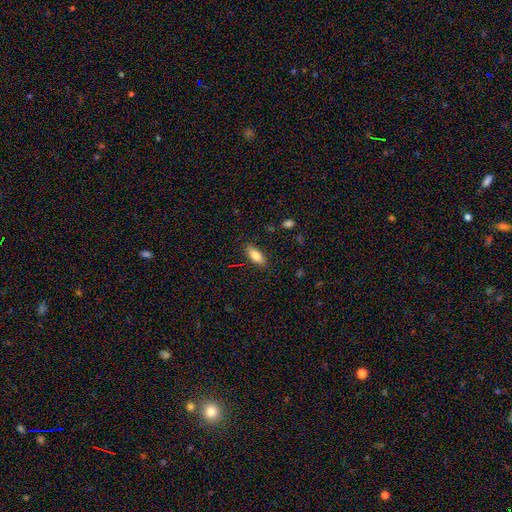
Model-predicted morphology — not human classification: A smooth galaxy with no disk features (80%) that is in between round and cigar-shaped (83%).

Vote fractions:
- Smooth or featured? smooth: 80% / featured or disk: 13% / star or artifact: 7%
- How rounded? in between: 83% / cigar-shaped: 15% / round: 3%
- Merging? none: 85% / minor disturbance: 12% / major disturbance: 3% / merger: 1%